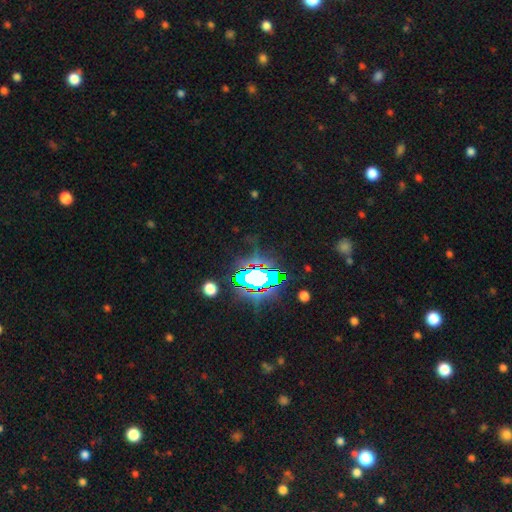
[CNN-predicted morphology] smooth-or-featured: star or artifact: 79% | smooth: 12% | featured or disk: 9%